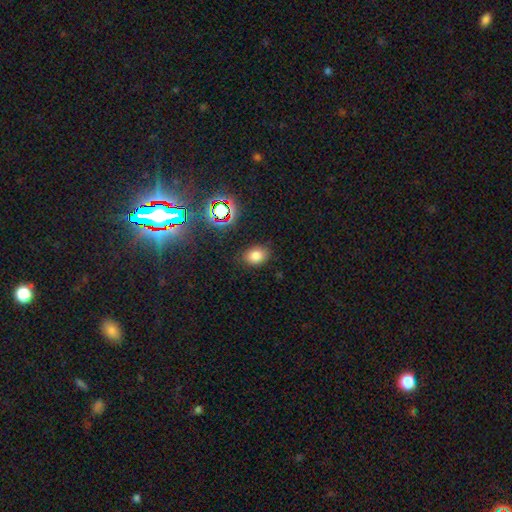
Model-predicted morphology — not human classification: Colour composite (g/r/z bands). It shows a smooth galaxy with no disk features (77%) that is in between round and cigar-shaped (74%). Merging: none (82%).